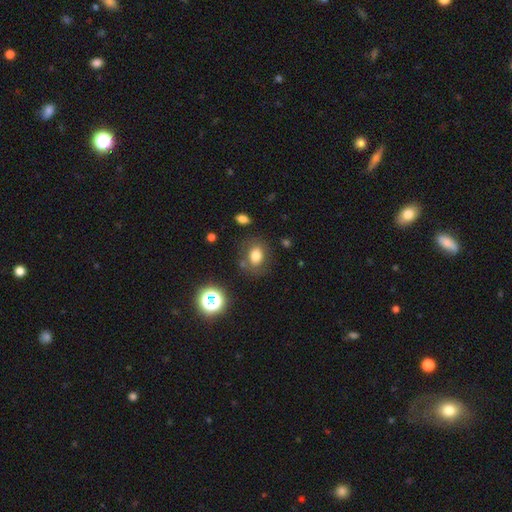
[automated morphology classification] Smooth or featured? smooth (74%)
How rounded? in between (57%)
Merging? none (74%)